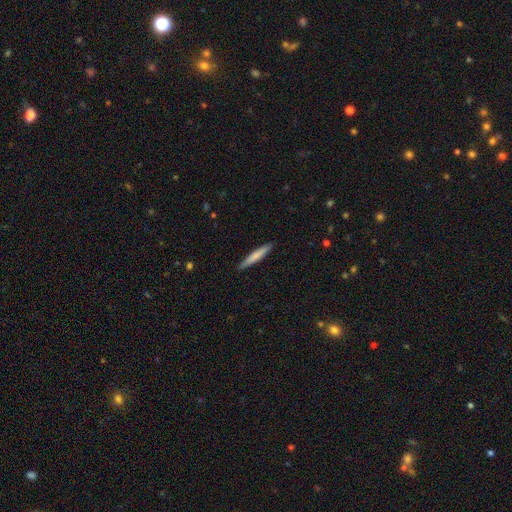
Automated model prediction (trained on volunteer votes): smooth_or_featured: smooth (p=0.74) [alt: featured or disk p=0.21]
how_rounded: cigar-shaped (p=0.94) [alt: in between p=0.05]
merging: none (p=0.90) [alt: minor disturbance p=0.07]